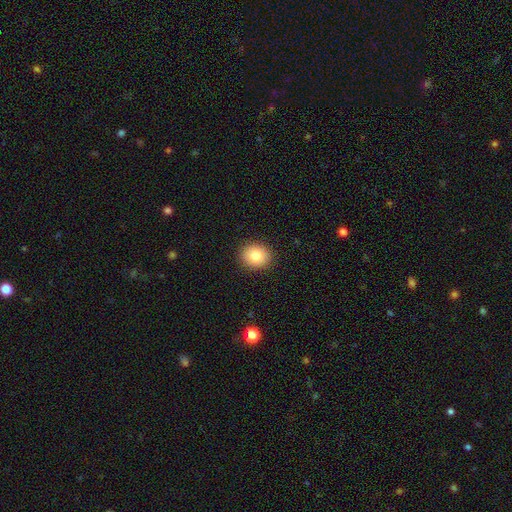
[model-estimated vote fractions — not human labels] A smooth galaxy with no disk features (83%) that is round (66%).

Vote fractions:
- Smooth or featured? smooth: 83% / star or artifact: 9% / featured or disk: 8%
- How rounded? round: 66% / in between: 33% / cigar-shaped: 1%
- Merging? none: 90% / minor disturbance: 7% / major disturbance: 2% / merger: 1%